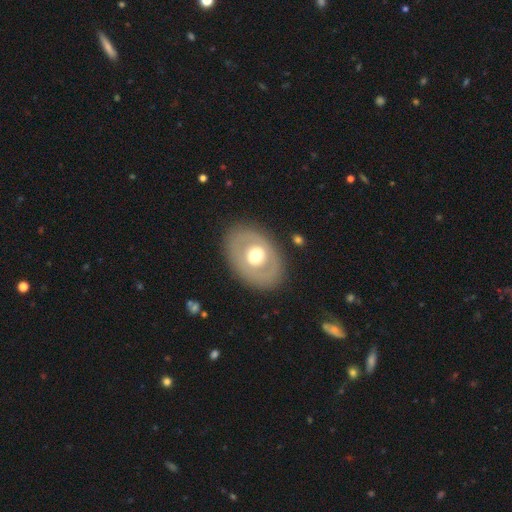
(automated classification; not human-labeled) The model was most divided on "smooth or featured": featured or disk: 50%, smooth: 44%, star or artifact: 6%. More confident: merging — none (83%).